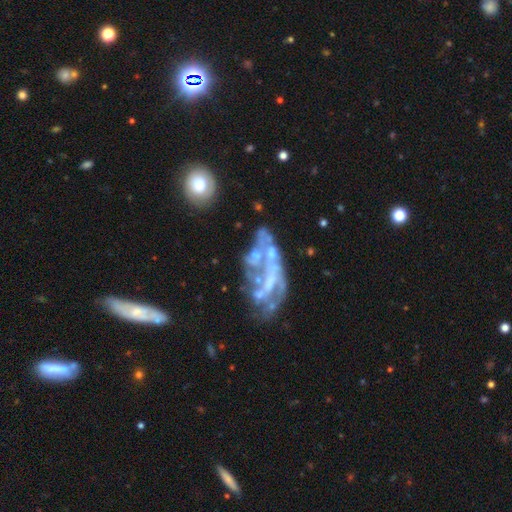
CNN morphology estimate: This appears to be a featured or disk galaxy (71%) with no bar (73%), no spiral arms (76%) and no central bulge (61%). Merging: merger (33%).